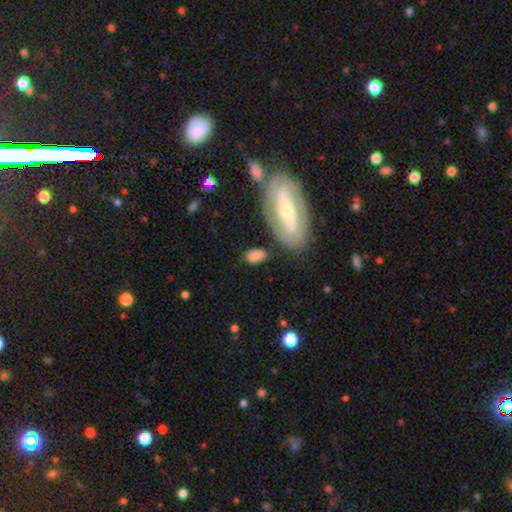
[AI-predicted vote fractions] Smooth or featured: smooth — 73% (featured or disk — 20%)
How rounded: in between — 88% (round — 8%)
Merging: none — 69% (minor disturbance — 17%)